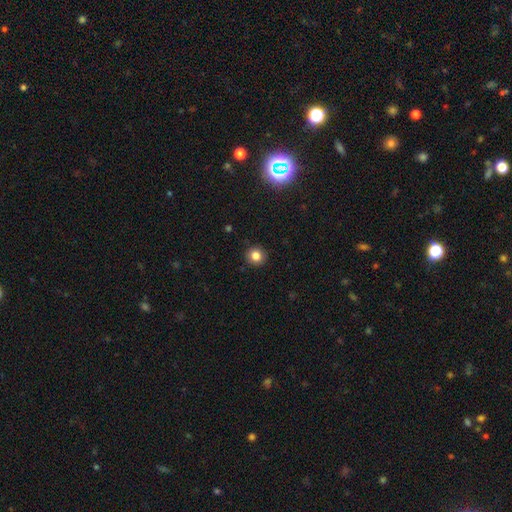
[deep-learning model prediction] Smooth or featured?
  - smooth: 82% *
  - star or artifact: 12%
  - featured or disk: 6%
How rounded?
  - round: 91% *
  - in between: 8%
  - cigar-shaped: 1%
Merging?
  - none: 90% *
  - minor disturbance: 7%
  - major disturbance: 2%
  - merger: 1%